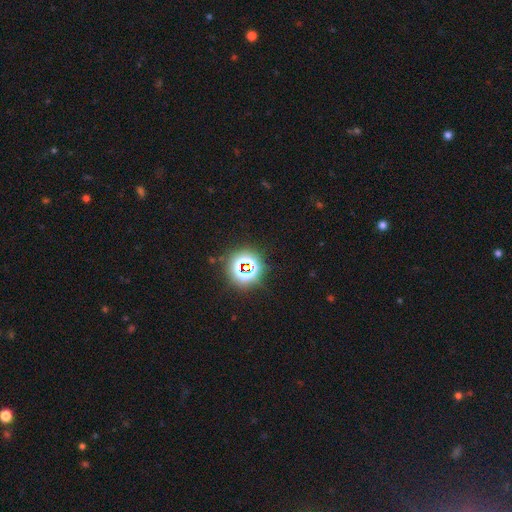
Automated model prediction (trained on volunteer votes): Smooth or featured?
  - star or artifact: 81% *
  - smooth: 13%
  - featured or disk: 6%